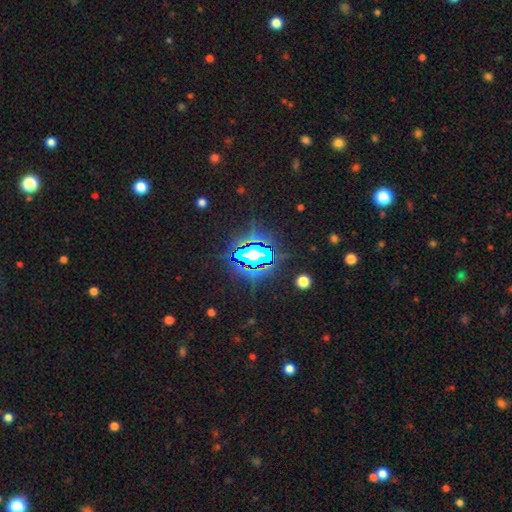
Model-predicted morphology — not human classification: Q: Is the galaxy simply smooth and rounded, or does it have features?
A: star or artifact — 68%.